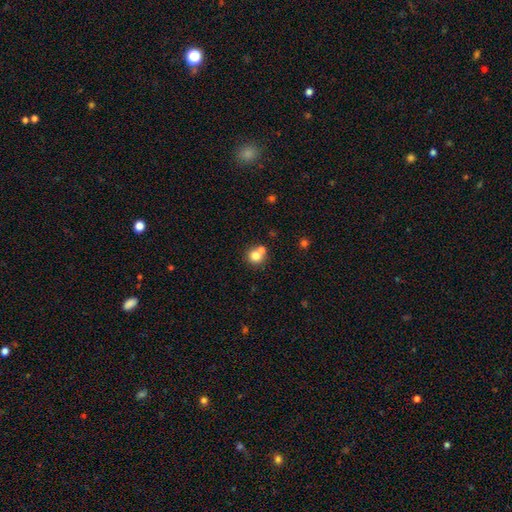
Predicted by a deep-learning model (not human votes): A smooth galaxy with no disk features (76%) that is round (89%).

Vote fractions:
- Smooth or featured? smooth: 76% / star or artifact: 12% / featured or disk: 12%
- How rounded? round: 89% / in between: 10% / cigar-shaped: 1%
- Merging? none: 54% / merger: 37% / minor disturbance: 7% / major disturbance: 3%